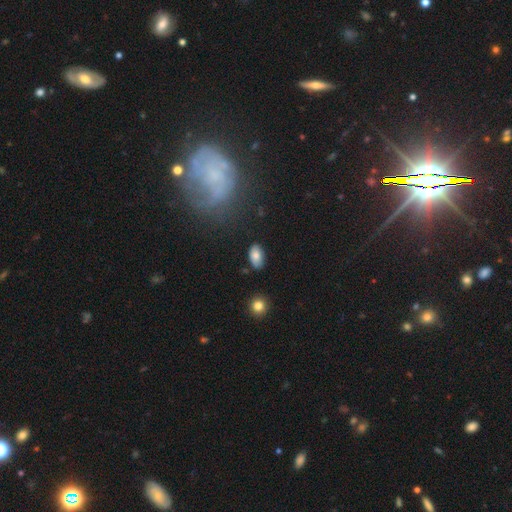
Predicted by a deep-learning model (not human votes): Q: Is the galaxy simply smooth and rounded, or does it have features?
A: smooth — 79%.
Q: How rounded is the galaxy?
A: in between — 93%.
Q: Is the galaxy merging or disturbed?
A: none — 81%.